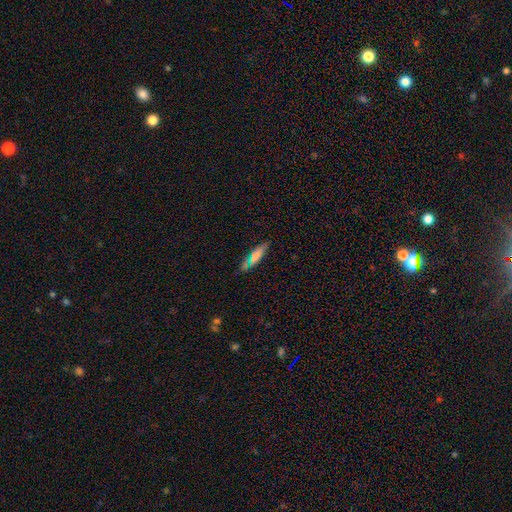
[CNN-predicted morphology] This appears to be a smooth galaxy with no disk features (68%) that is cigar-shaped (68%). Merging: none (75%).